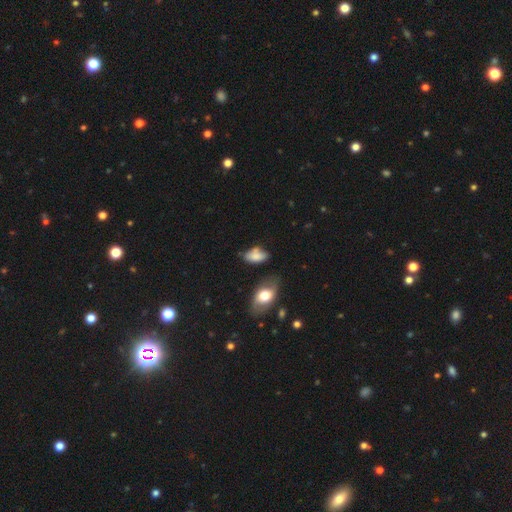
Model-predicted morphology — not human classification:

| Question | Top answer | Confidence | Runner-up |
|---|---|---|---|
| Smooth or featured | smooth | 74% | featured or disk (16%) |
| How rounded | in between | 90% | round (7%) |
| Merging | none | 50% | minor disturbance (32%) |